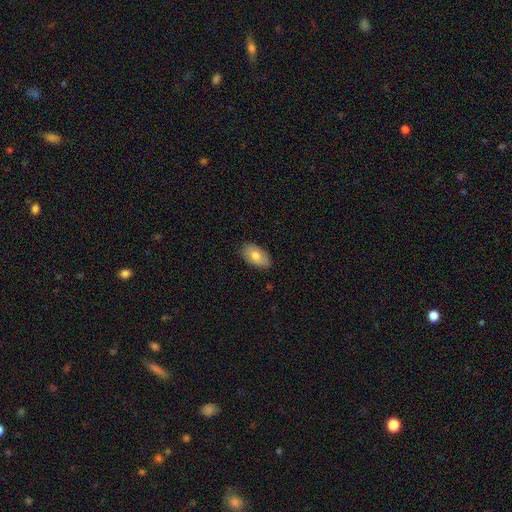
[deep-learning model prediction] This is likely a smooth galaxy (74%). How rounded: clearly in between (93%). Merging: clearly none (82%).